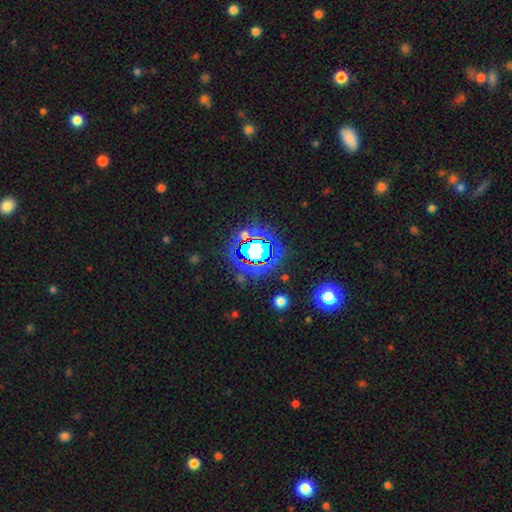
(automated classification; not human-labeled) smooth-or-featured: star or artifact: 79% | smooth: 13% | featured or disk: 8%